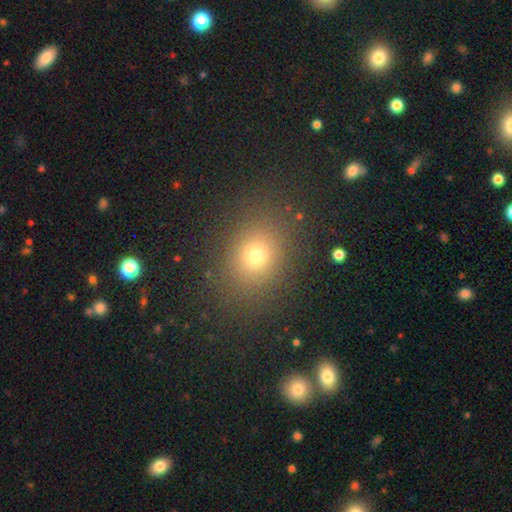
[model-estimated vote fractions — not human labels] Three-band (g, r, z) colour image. It shows a smooth galaxy with no disk features (73%) that is round (57%). Merging: none (83%).